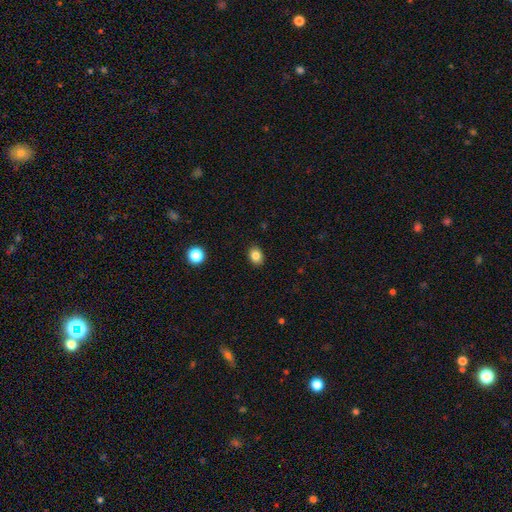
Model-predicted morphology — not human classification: Smooth or featured? Predicted: smooth (p=0.84). How rounded? Predicted: in between (p=0.57). Merging? Predicted: none (p=0.89).